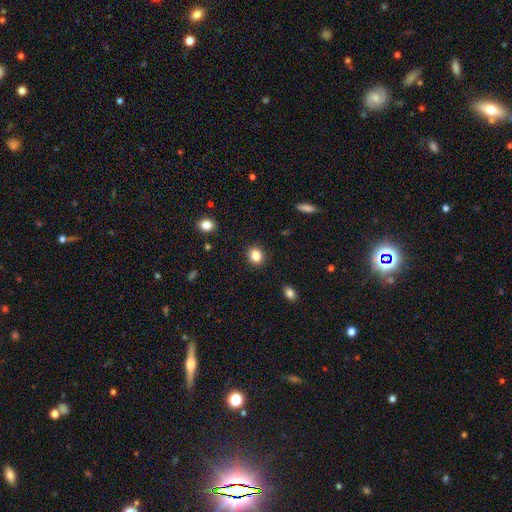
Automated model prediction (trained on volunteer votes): The model was most divided on "how rounded": round: 68%, in between: 31%, cigar-shaped: 1%. More confident: merging — none (90%); smooth or featured — smooth (83%).